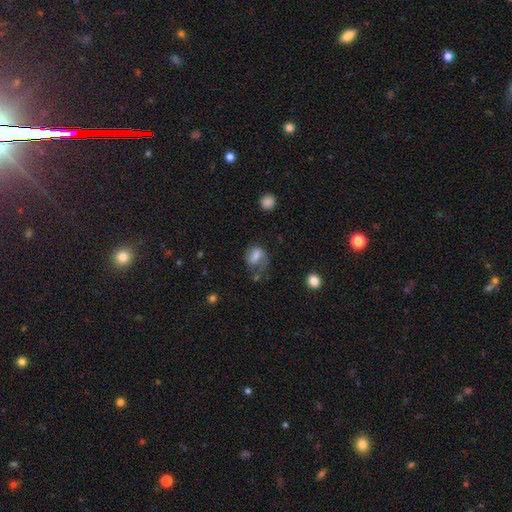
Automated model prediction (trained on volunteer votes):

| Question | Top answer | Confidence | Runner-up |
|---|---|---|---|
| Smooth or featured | smooth | 52% | featured or disk (37%) |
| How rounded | in between | 60% | round (38%) |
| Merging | major disturbance | 37% | none (33%) |